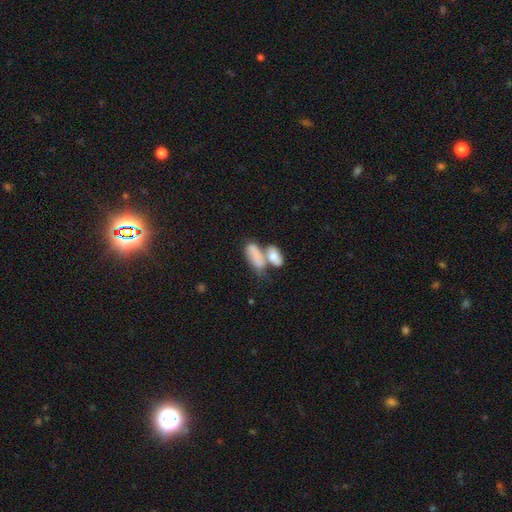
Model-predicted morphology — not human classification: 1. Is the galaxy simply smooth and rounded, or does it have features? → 76% smooth, 16% featured or disk, 7% star or artifact.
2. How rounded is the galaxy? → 82% in between, 13% cigar-shaped, 5% round.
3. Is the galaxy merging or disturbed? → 60% merger, 21% none, 10% minor disturbance, 8% major disturbance.